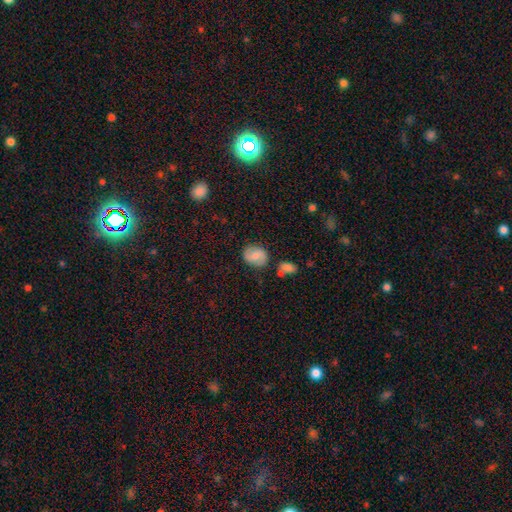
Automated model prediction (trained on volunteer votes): smooth-or-featured: smooth: 63% | featured or disk: 29% | star or artifact: 8%
  how-rounded: round: 50% | in between: 49% | cigar-shaped: 1%
  merging: none: 78% | minor disturbance: 14% | merger: 5% | major disturbance: 3%